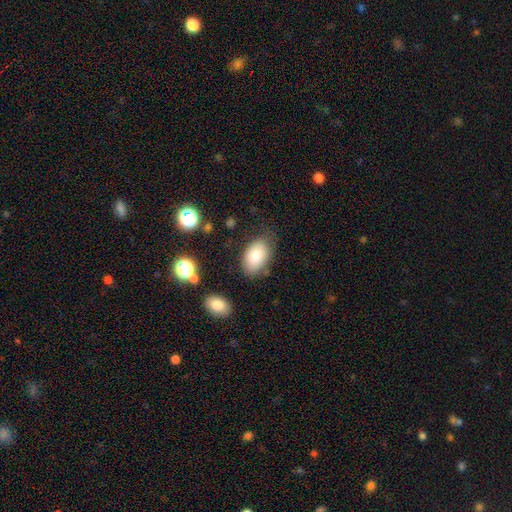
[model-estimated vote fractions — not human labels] The model was most divided on "merging": none: 72%, minor disturbance: 20%, major disturbance: 5%, merger: 3%. More confident: how rounded — in between (91%); smooth or featured — smooth (81%).